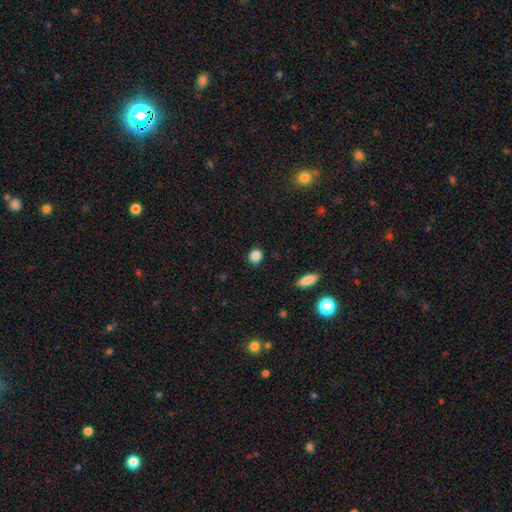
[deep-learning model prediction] This is clearly a smooth galaxy (86%). How rounded: clearly round (82%). Merging: clearly none (89%).